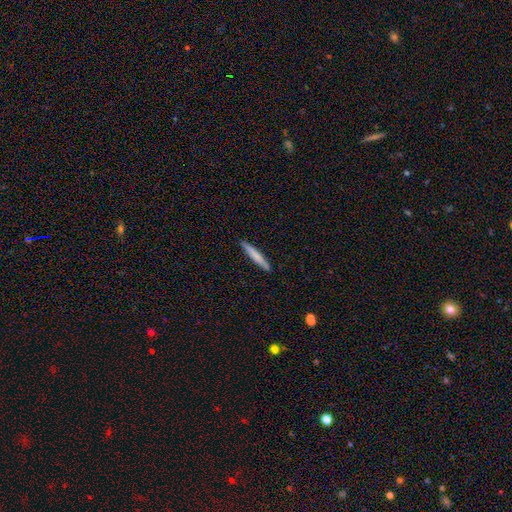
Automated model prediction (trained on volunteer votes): A smooth galaxy with no disk features (73%) that is cigar-shaped (95%).

Vote fractions:
- Smooth or featured? smooth: 73% / featured or disk: 22% / star or artifact: 5%
- How rounded? cigar-shaped: 95% / in between: 3% / round: 1%
- Merging? none: 91% / minor disturbance: 6% / major disturbance: 1% / merger: 1%